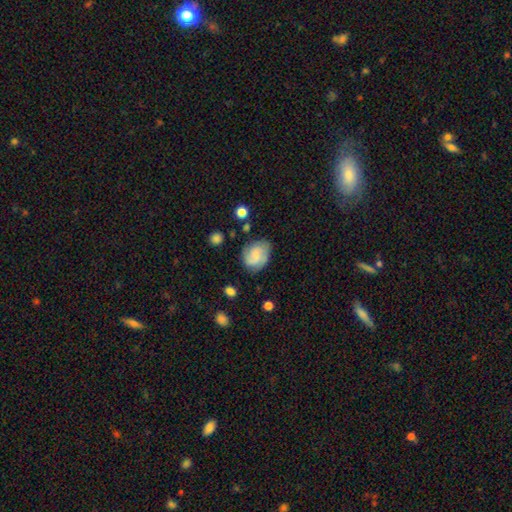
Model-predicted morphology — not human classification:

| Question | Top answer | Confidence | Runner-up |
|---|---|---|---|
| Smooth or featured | smooth | 52% | featured or disk (40%) |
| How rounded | in between | 53% | round (45%) |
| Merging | none | 67% | minor disturbance (23%) |